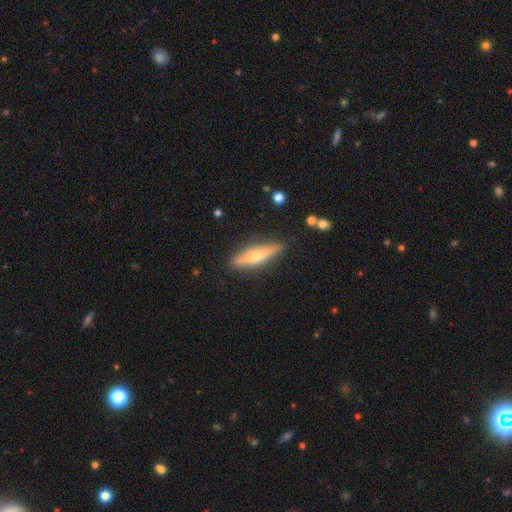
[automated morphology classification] Overall: featured or disk (61%; smooth 32%). Edge-on disk: yes (94%). Edge-on bulge: rounded (89%). Merging: none (89%).